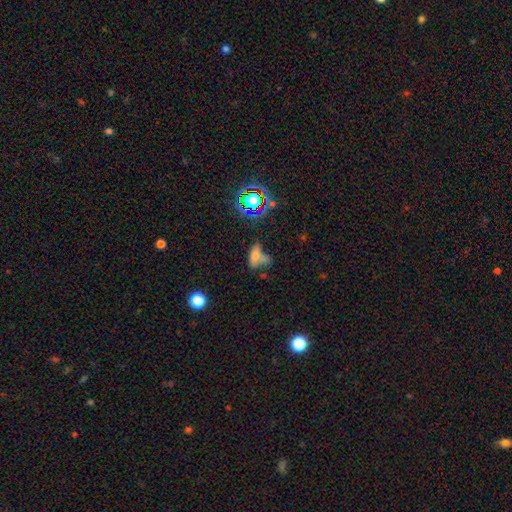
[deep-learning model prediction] Smooth or featured: smooth — 59% (star or artifact — 23%)
How rounded: in between — 80% (round — 11%)
Merging: none — 33% (tied with merger — 33%)